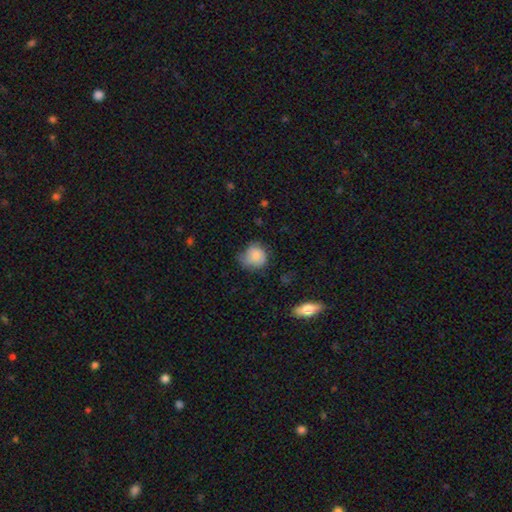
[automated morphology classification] Smooth or featured: smooth — 74% (featured or disk — 19%)
How rounded: round — 76% (in between — 23%)
Merging: none — 49% (minor disturbance — 36%)